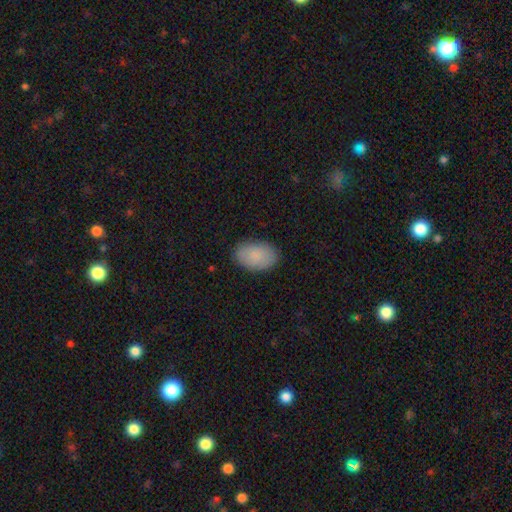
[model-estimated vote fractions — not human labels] Overall: smooth (87%). How rounded: in between (90%). Merging: none (85%).